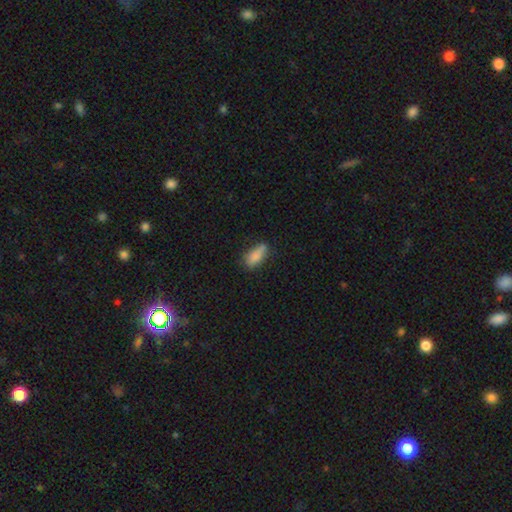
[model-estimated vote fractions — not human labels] smooth_or_featured: smooth (p=0.84) [alt: featured or disk p=0.08]
how_rounded: in between (p=0.76) [alt: cigar-shaped p=0.21]
merging: none (p=0.65) [alt: minor disturbance p=0.27]